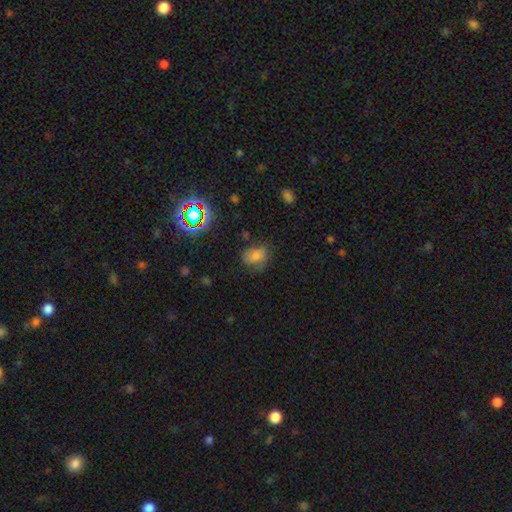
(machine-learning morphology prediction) Q: Smooth or featured?
A: smooth (68%); runner-up: star or artifact (19%)
Q: How rounded?
A: in between (73%); runner-up: round (26%)
Q: Merging?
A: none (63%); runner-up: minor disturbance (25%)